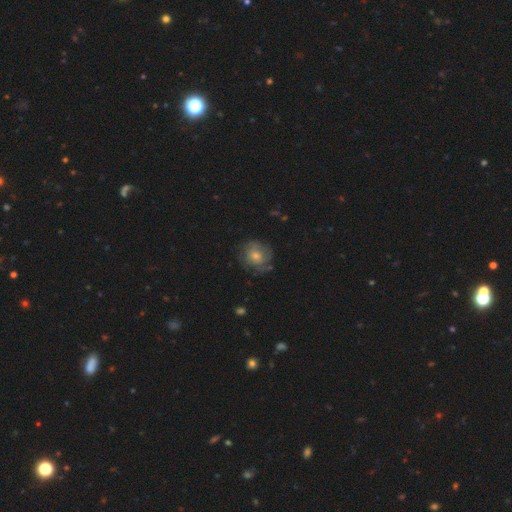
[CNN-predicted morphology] Smooth or featured? featured or disk (46%)
Merging? none (74%)